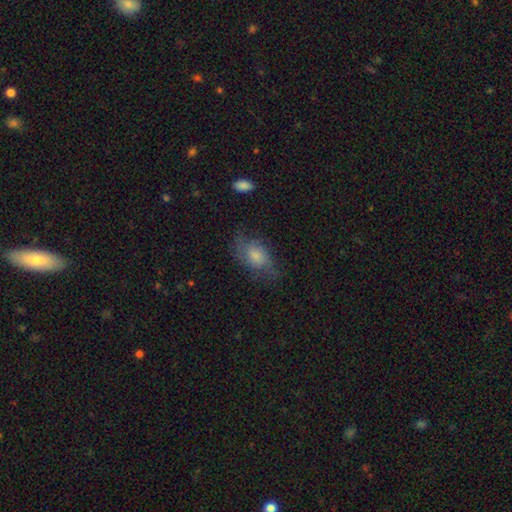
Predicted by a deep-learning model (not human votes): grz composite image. It shows a smooth galaxy with no disk features (53%) that is in between round and cigar-shaped (82%). Merging: none (57%).